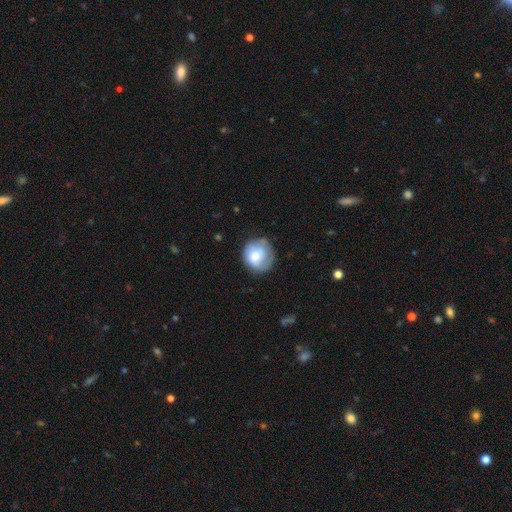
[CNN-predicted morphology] Smooth or featured? smooth (58%)
How rounded? round (80%)
Merging? none (63%)